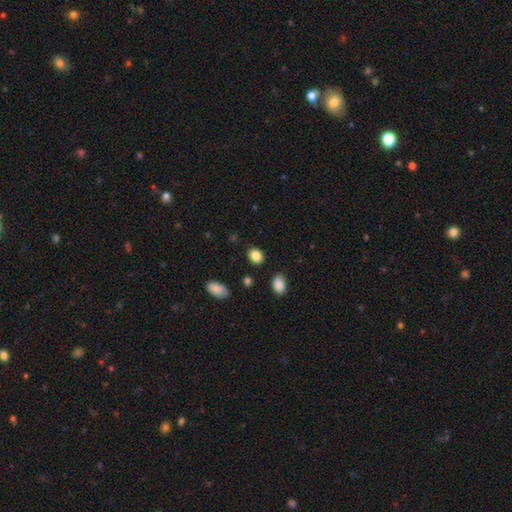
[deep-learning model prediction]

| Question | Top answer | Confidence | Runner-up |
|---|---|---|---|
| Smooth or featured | smooth | 86% | star or artifact (9%) |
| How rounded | in between | 68% | round (31%) |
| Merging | none | 86% | minor disturbance (10%) |